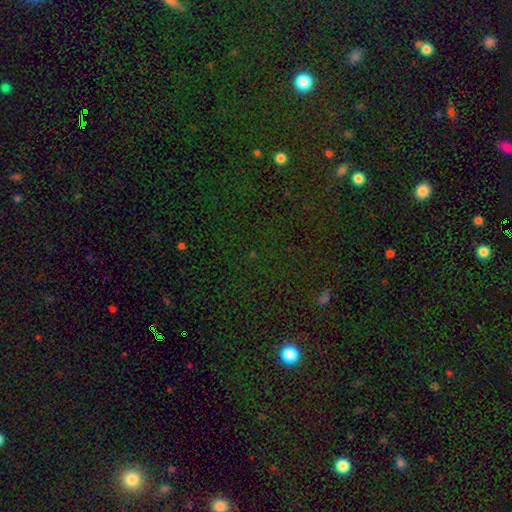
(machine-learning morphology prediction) Smooth or featured: star or artifact — 71% (smooth — 20%)